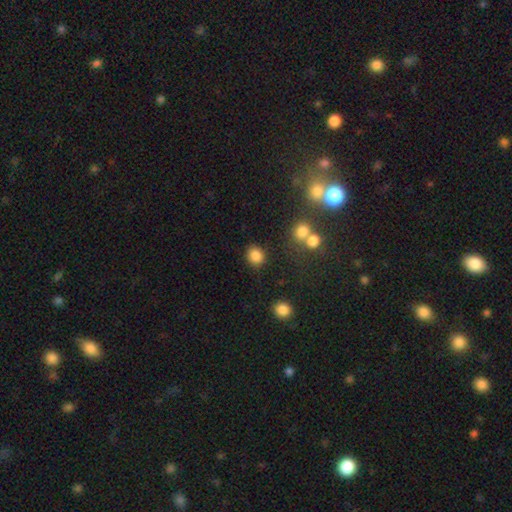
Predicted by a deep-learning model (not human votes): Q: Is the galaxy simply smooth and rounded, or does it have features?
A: smooth — 84%.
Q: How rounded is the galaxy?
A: round — 71%.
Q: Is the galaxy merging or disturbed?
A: none — 82%.